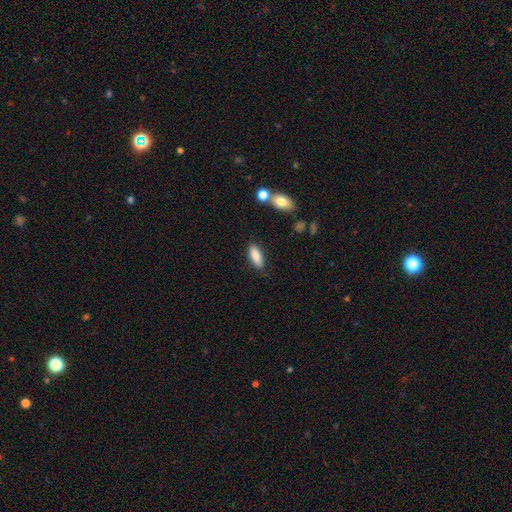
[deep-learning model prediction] Smooth or featured? Predicted: smooth (p=0.86). How rounded? Predicted: in between (p=0.69). Merging? Predicted: none (p=0.85).